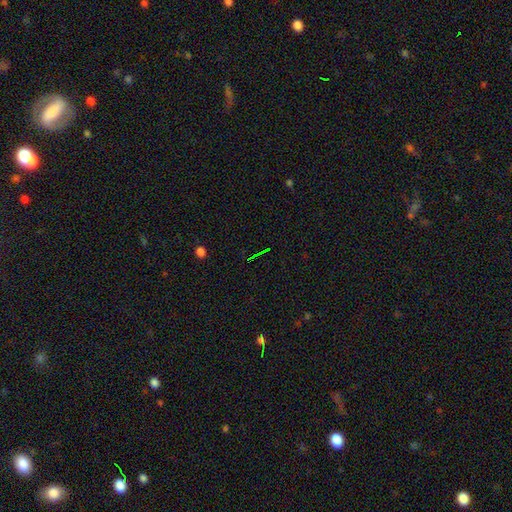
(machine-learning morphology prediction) This appears to be a star or artifact, not a galaxy (70%).